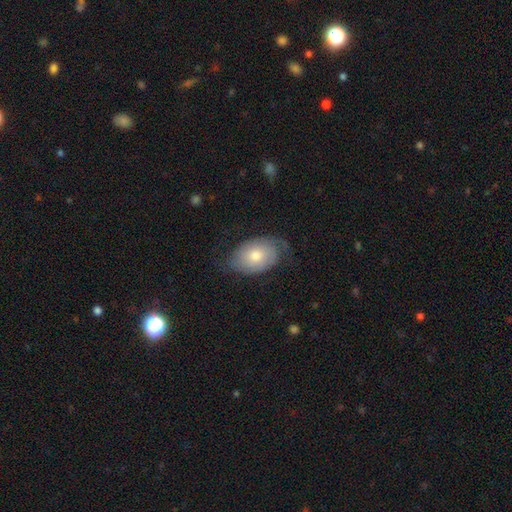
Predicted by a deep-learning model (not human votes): The model was most divided on "smooth or featured": smooth: 47%, featured or disk: 46%, star or artifact: 7%. More confident: merging — none (62%).